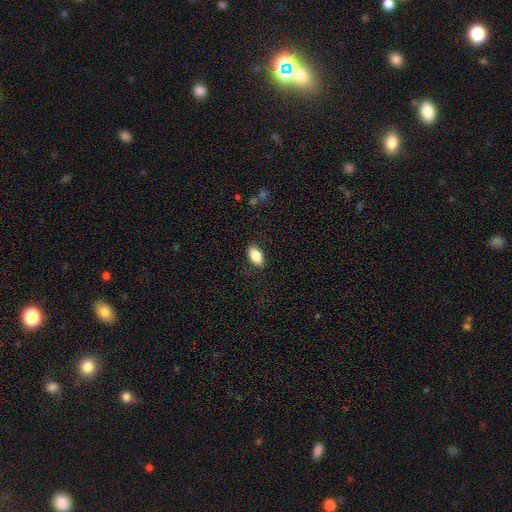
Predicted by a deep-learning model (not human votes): The model was most divided on "merging": none: 86%, minor disturbance: 10%, major disturbance: 3%, merger: 1%. More confident: how rounded — in between (91%); smooth or featured — smooth (86%).